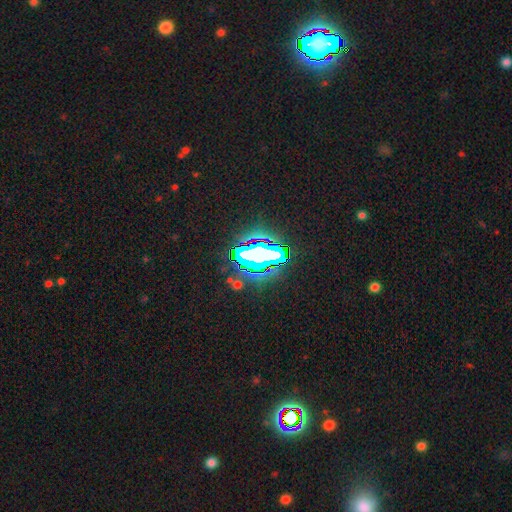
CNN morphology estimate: The model was most divided on "smooth or featured": star or artifact: 69%, smooth: 17%, featured or disk: 15%.